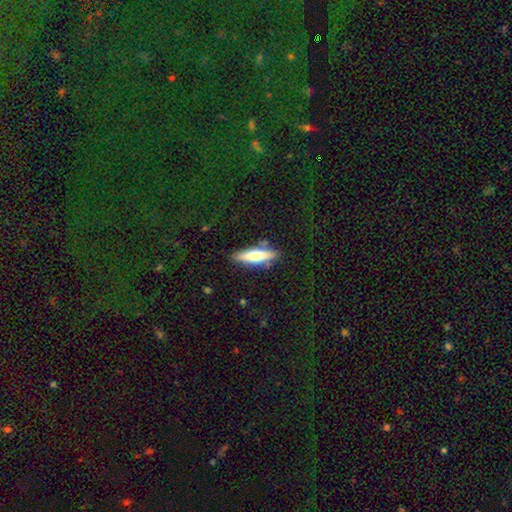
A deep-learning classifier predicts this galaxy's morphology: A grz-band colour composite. It shows a smooth galaxy with no disk features (62%) that is cigar-shaped (67%). Merging: none (81%).